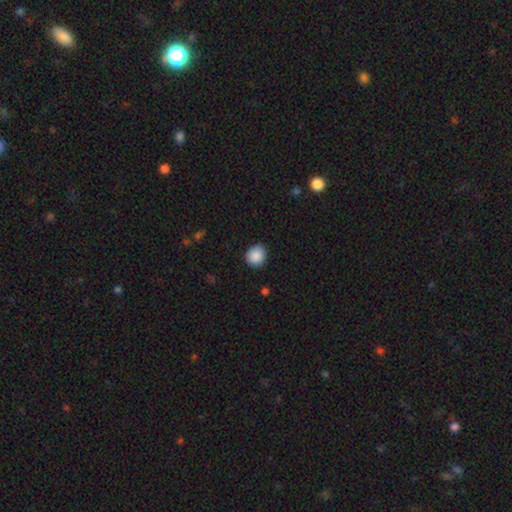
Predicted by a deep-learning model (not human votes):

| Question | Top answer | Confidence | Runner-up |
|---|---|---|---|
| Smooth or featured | smooth | 89% | star or artifact (8%) |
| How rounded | round | 79% | in between (20%) |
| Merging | none | 87% | minor disturbance (10%) |